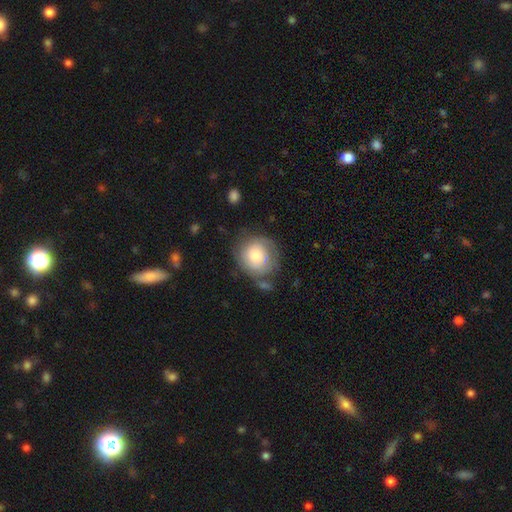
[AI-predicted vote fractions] Overall: smooth (64%; featured or disk 28%). How rounded: round (85%). Merging: none (61%; minor disturbance 23%).